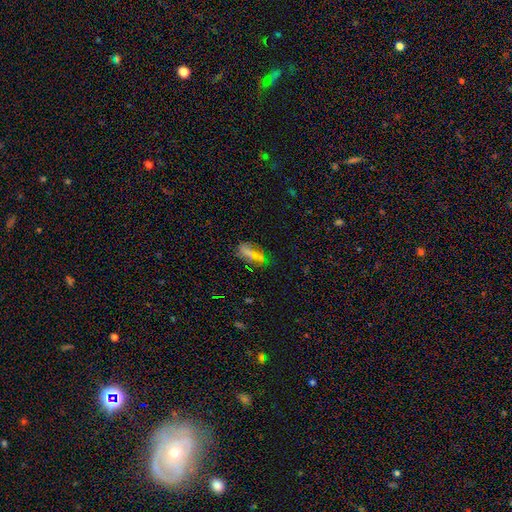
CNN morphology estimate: A smooth galaxy with no disk features (60%) that is in between round and cigar-shaped (72%). Merging: none (60%).